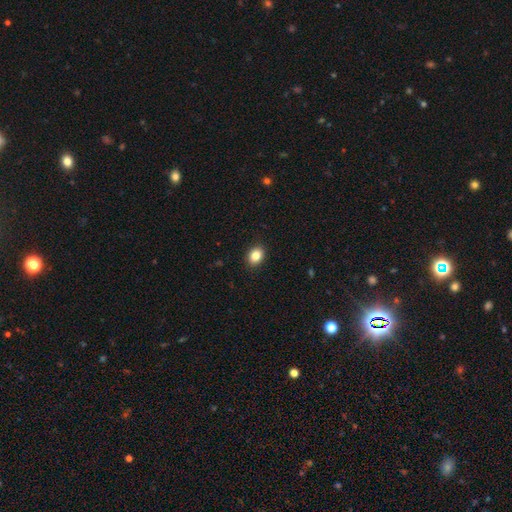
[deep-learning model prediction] This is clearly a smooth galaxy (85%). How rounded: possibly in between (59%). Merging: clearly none (91%).